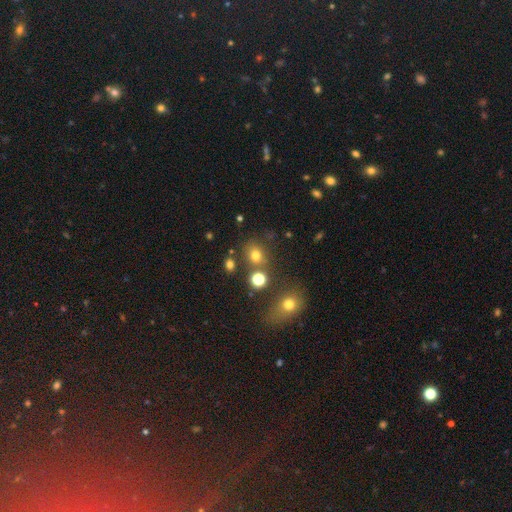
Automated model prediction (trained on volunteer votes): Smooth or featured? Predicted: smooth (p=0.70). How rounded? Predicted: round (p=0.69). Merging? Predicted: none (p=0.71).